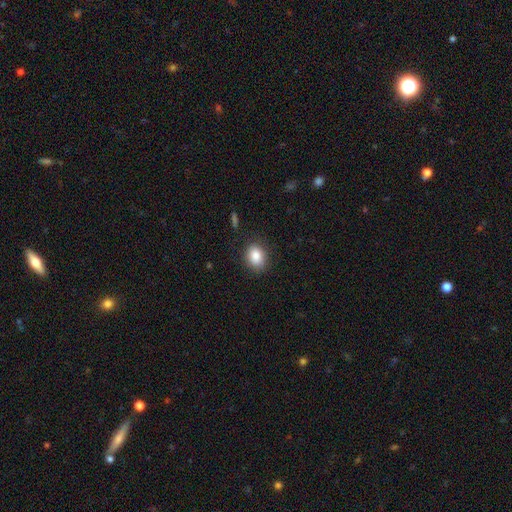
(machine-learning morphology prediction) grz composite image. It shows a smooth galaxy with no disk features (86%) that is in between round and cigar-shaped (58%). Merging: none (85%).